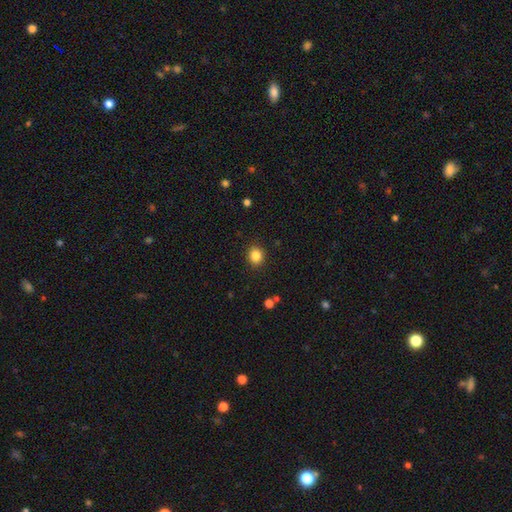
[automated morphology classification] Smooth or featured? smooth (84%)
How rounded? round (80%)
Merging? none (90%)